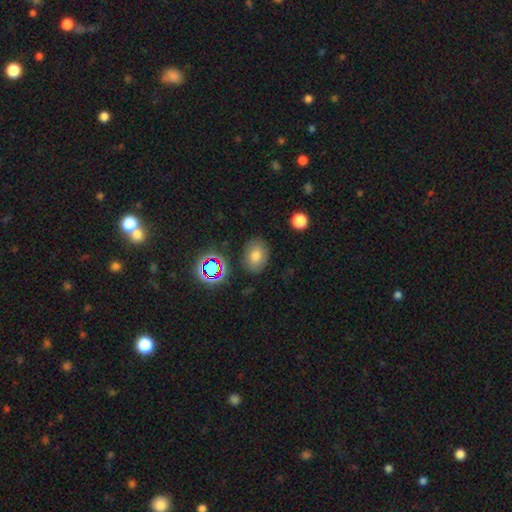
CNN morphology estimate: Smooth or featured? smooth (75%)
How rounded? in between (70%)
Merging? none (82%)